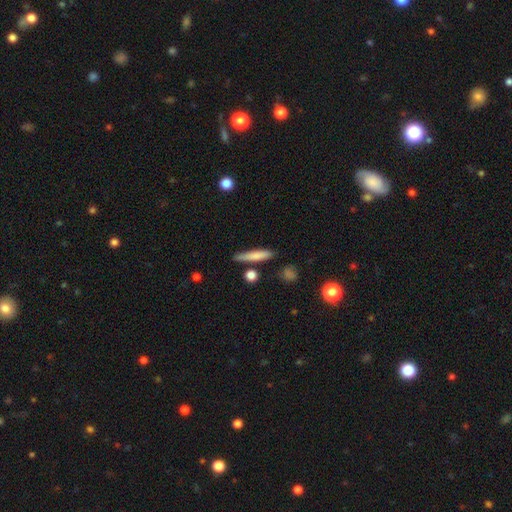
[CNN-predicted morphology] This appears to be a smooth galaxy with no disk features (75%) that is cigar-shaped (88%). Merging: none (79%).